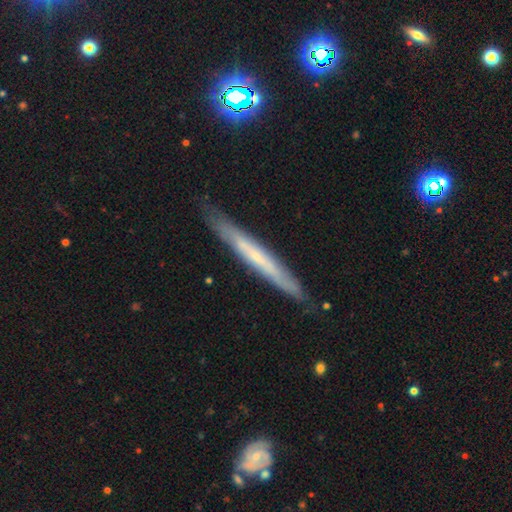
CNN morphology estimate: Q: Smooth or featured?
A: featured or disk (59%); runner-up: smooth (35%)
Q: Edge-on disk?
A: yes (86%); runner-up: no (14%)
Q: Edge-on bulge?
A: none (63%); runner-up: rounded (32%)
Q: Merging?
A: none (85%); runner-up: minor disturbance (12%)